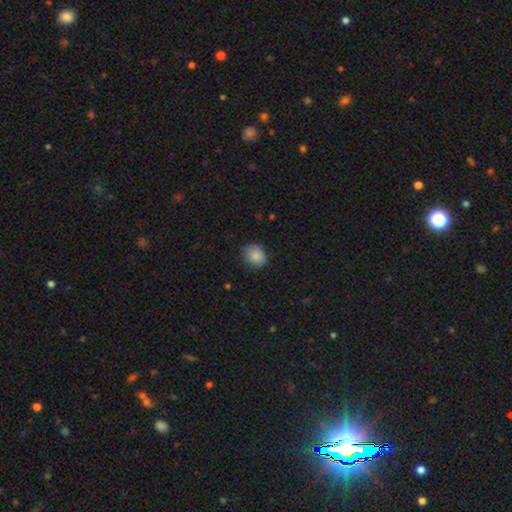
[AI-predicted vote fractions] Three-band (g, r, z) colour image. It shows a smooth galaxy with no disk features (85%) that is round (62%). Merging: none (73%).